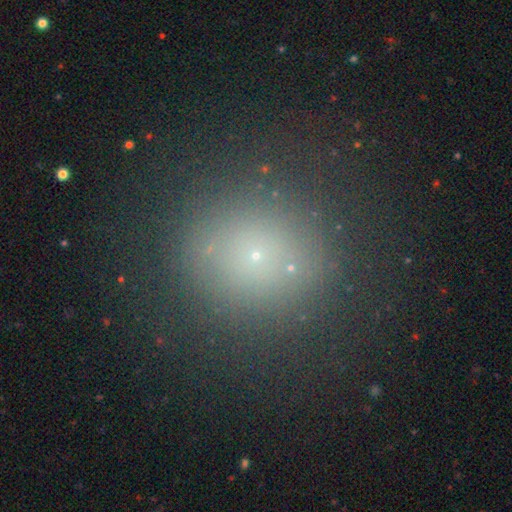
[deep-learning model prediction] This appears to be a smooth galaxy with no disk features (60%) that is round (86%). Merging: none (82%).